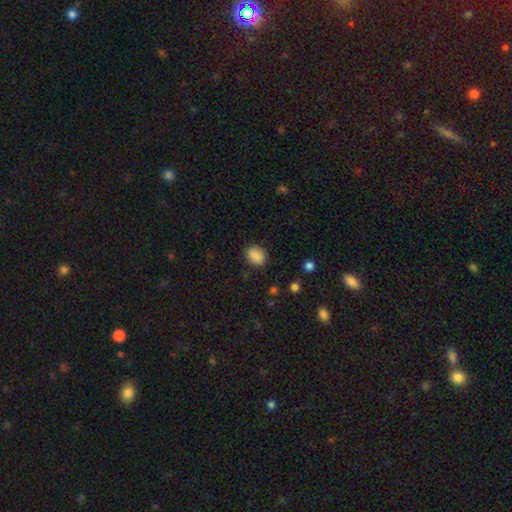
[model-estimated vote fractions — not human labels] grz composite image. It shows a smooth galaxy with no disk features (88%) that is in between round and cigar-shaped (63%). Merging: none (86%).